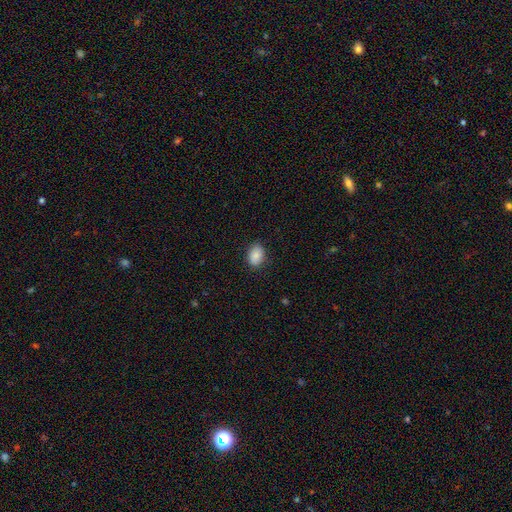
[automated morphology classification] Smooth or featured? smooth (87%)
How rounded? in between (78%)
Merging? none (85%)